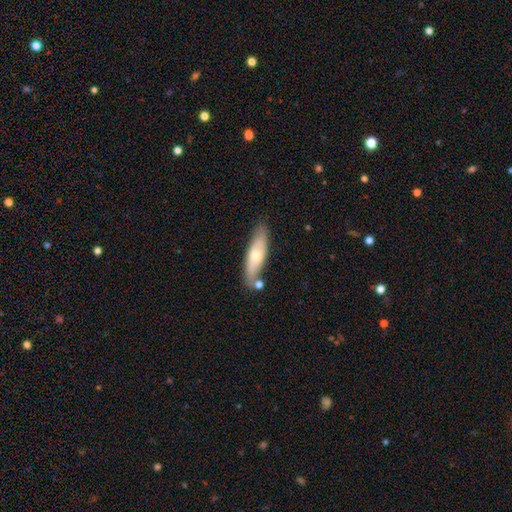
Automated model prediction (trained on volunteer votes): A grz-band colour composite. It shows a smooth galaxy with no disk features (57%) that is cigar-shaped (57%). Merging: none (68%).